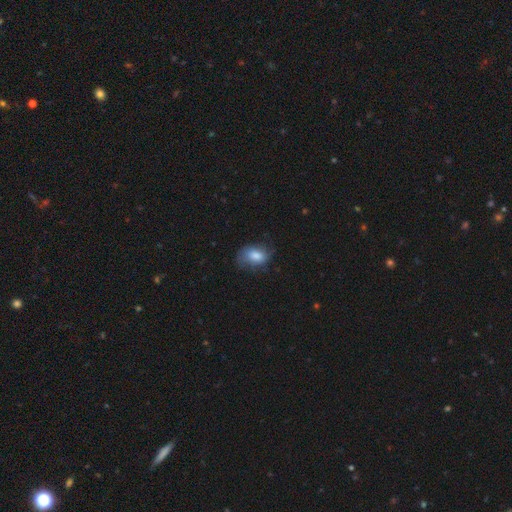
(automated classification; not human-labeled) Smooth or featured?
  - smooth: 73% *
  - featured or disk: 18%
  - star or artifact: 8%
How rounded?
  - in between: 81% *
  - round: 18%
  - cigar-shaped: 2%
Merging?
  - none: 57% *
  - minor disturbance: 28%
  - major disturbance: 13%
  - merger: 1%